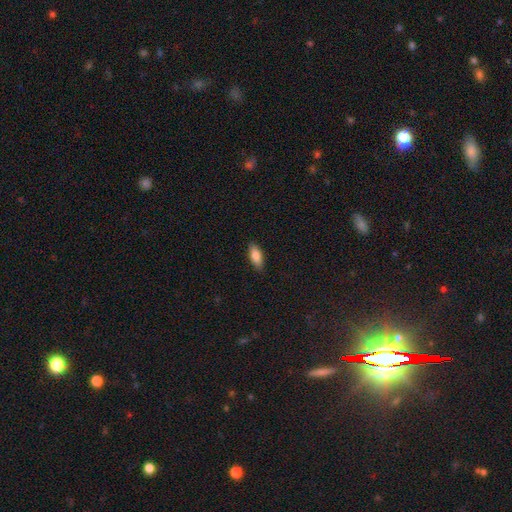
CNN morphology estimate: type=smooth (85%); roundness=in between (78%); merging=none (87%).